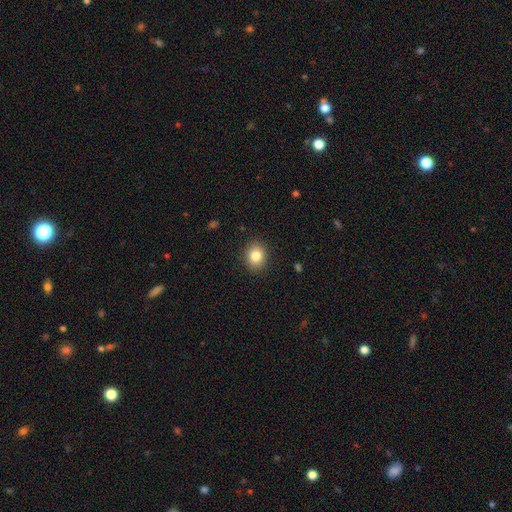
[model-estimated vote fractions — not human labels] Morphology: type=smooth (83%); roundness=round (62%); merging=none (90%).